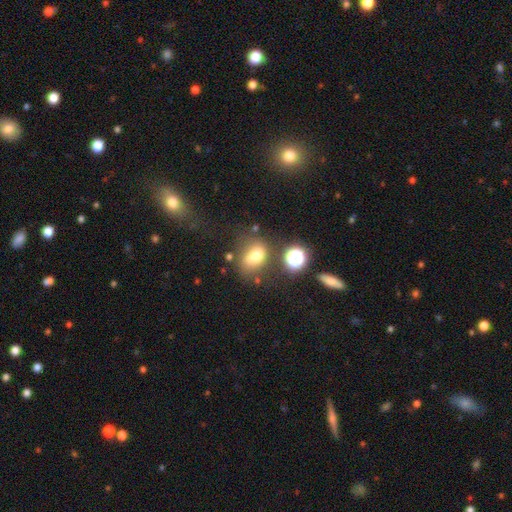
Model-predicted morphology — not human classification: Smooth or featured?
  - smooth: 70% *
  - star or artifact: 17%
  - featured or disk: 13%
How rounded?
  - in between: 68% *
  - round: 30%
  - cigar-shaped: 2%
Merging?
  - none: 54% *
  - minor disturbance: 21%
  - merger: 13%
  - major disturbance: 12%